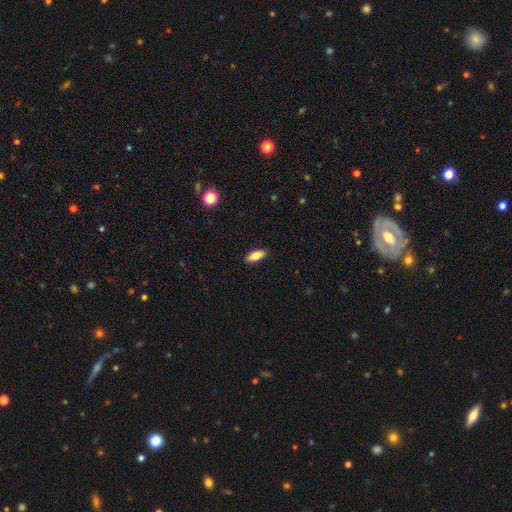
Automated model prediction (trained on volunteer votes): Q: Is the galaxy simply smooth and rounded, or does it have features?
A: smooth — 80%.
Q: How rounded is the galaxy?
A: in between — 79%.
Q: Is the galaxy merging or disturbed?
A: none — 91%.